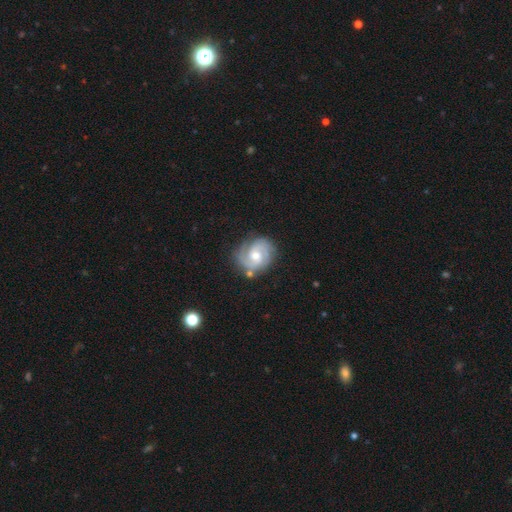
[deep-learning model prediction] A featured or disk galaxy (86%) with no bar (55%), 2 (64%) tight (55%) spiral arms (97%) and a moderate central bulge (64%).

Vote fractions:
- Smooth or featured? featured or disk: 86% / smooth: 9% / star or artifact: 5%
- Edge-on disk? no: 98% / yes: 2%
- Bar? no: 55% / weak: 38% / strong: 7%
- Spiral arms? yes: 97% / no: 3%
- Spiral winding? tight: 55% / medium: 38% / loose: 7%
- Spiral arm count? 2: 64% / 3: 19% / can't tell: 9% / 1: 3% / 4: 3% / more than 4: 2%
- Bulge size? moderate: 64% / small: 30% / large: 4% / none: 1% / dominant: 1%
- Merging? none: 76% / minor disturbance: 16% / major disturbance: 5% / merger: 3%